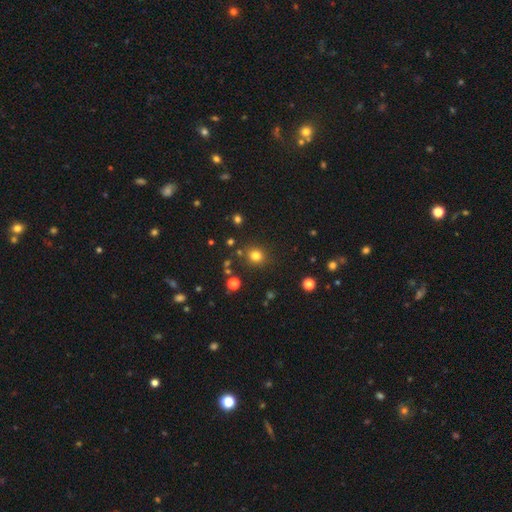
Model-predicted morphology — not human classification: A smooth galaxy with no disk features (78%) that is round (87%).

Vote fractions:
- Smooth or featured? smooth: 78% / star or artifact: 16% / featured or disk: 5%
- How rounded? round: 87% / in between: 12% / cigar-shaped: 1%
- Merging? none: 85% / minor disturbance: 8% / merger: 4% / major disturbance: 3%